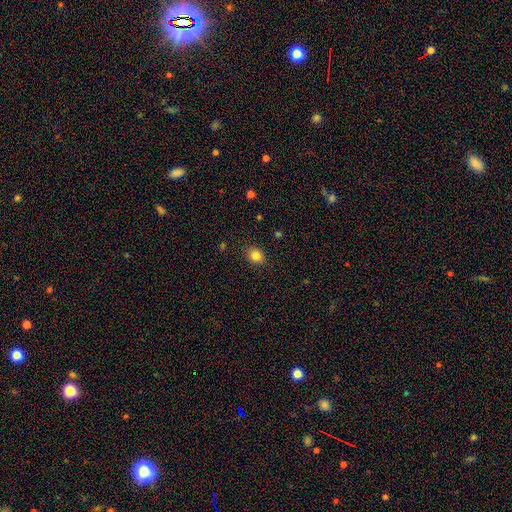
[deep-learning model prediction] This appears to be a smooth galaxy with no disk features (84%) that is round (57%). Merging: none (88%).